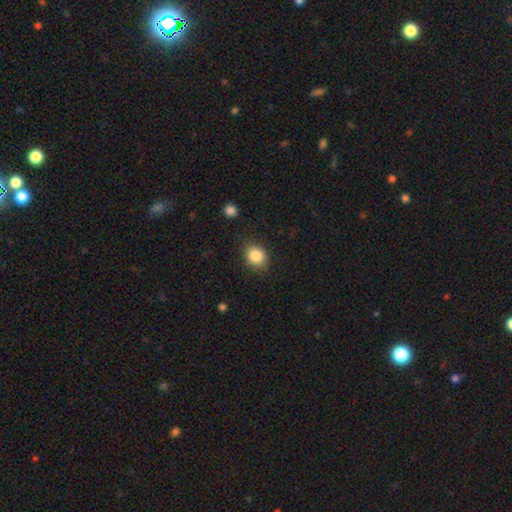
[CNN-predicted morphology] A smooth galaxy with no disk features (85%) that is round (62%).

Vote fractions:
- Smooth or featured? smooth: 85% / star or artifact: 9% / featured or disk: 5%
- How rounded? round: 62% / in between: 38% / cigar-shaped: 1%
- Merging? none: 84% / minor disturbance: 11% / major disturbance: 3% / merger: 2%